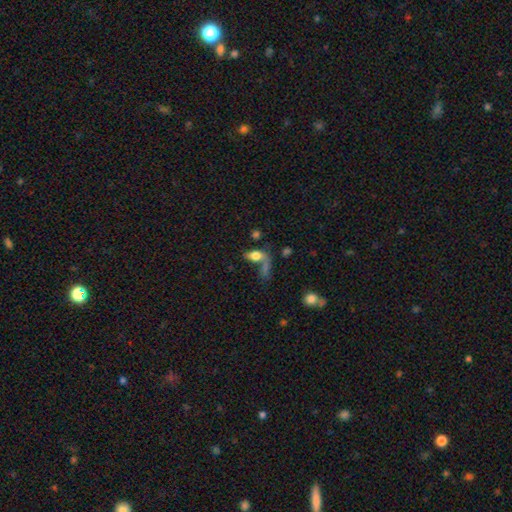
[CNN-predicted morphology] Smooth or featured? smooth (69%)
How rounded? in between (79%)
Merging? none (32%)